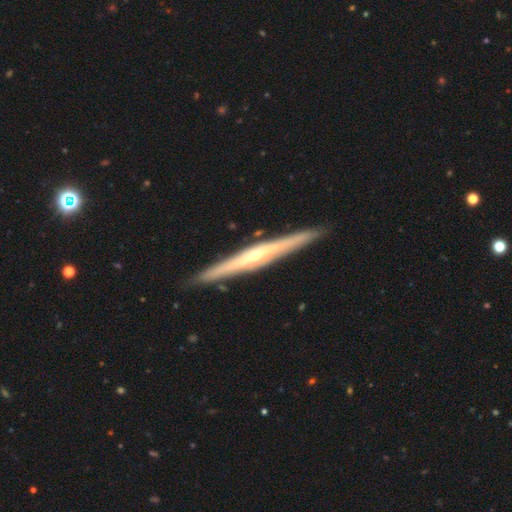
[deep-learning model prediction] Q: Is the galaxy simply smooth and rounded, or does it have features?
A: featured or disk — 81%.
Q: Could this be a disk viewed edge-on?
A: yes — 97%.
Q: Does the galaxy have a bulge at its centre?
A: rounded — 76%.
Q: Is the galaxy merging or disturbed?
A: none — 91%.